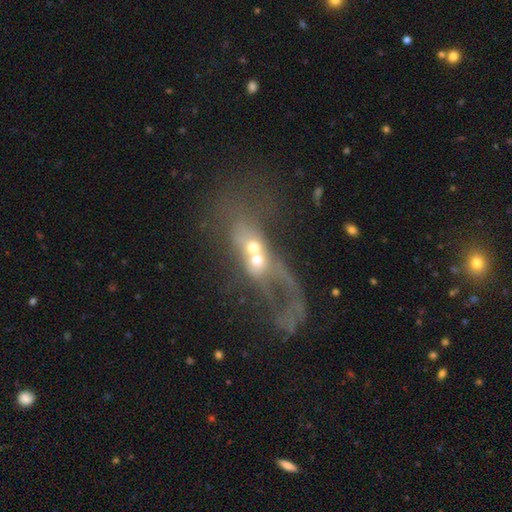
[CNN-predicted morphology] Smooth or featured? Predicted: featured or disk (p=0.53). Edge-on disk? Predicted: no (p=0.91). Merging? Predicted: merger (p=0.74).